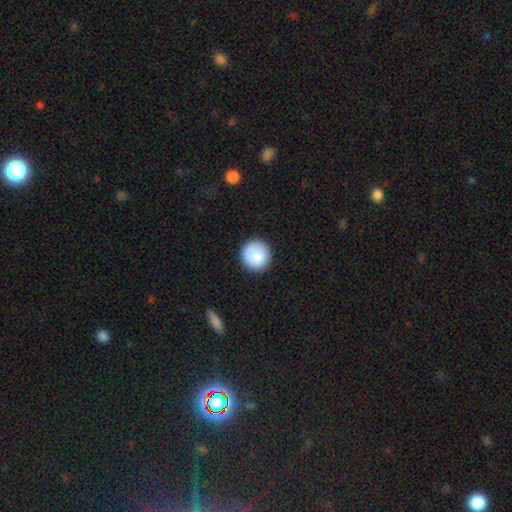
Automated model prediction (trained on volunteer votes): Overall: smooth (88%). How rounded: round (95%). Merging: none (90%).